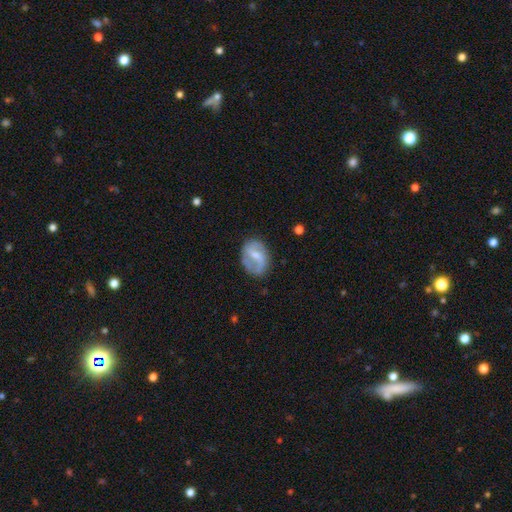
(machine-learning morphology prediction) Smooth or featured: featured or disk — 71% (smooth — 23%)
Edge-on disk: no — 97% (yes — 3%)
Bar: weak — 52% (strong — 27%)
Spiral arms: yes — 86% (no — 14%)
Spiral winding: loose — 43% (medium — 41%)
Spiral arm count: 2 — 79% (can't tell — 9%)
Bulge size: small — 45% (moderate — 40%)
Merging: none — 69% (minor disturbance — 20%)